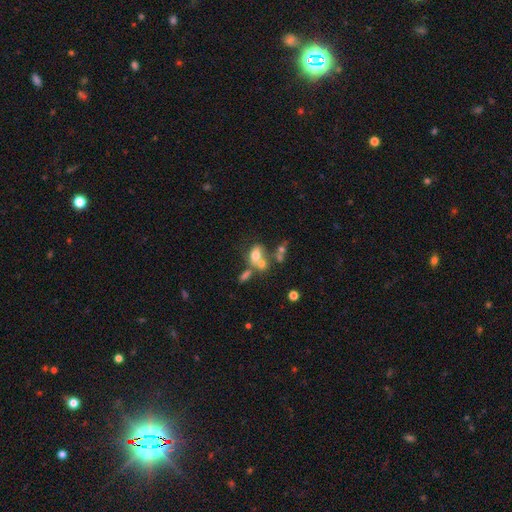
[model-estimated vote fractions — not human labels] Morphology: type=smooth (60%); roundness=in between (65%); merging=merger (48%).